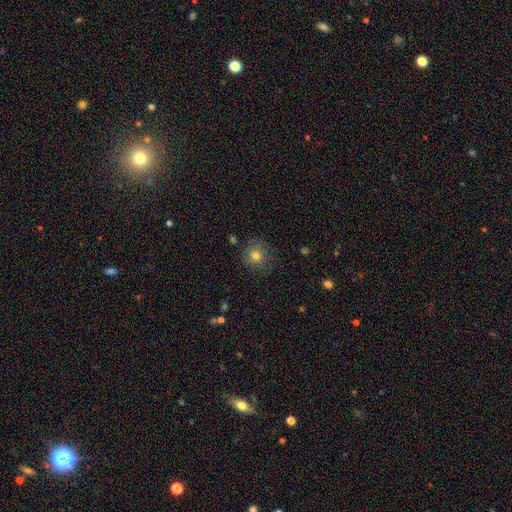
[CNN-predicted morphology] Smooth or featured? Predicted: smooth (p=0.78). How rounded? Predicted: round (p=0.88). Merging? Predicted: none (p=0.80).